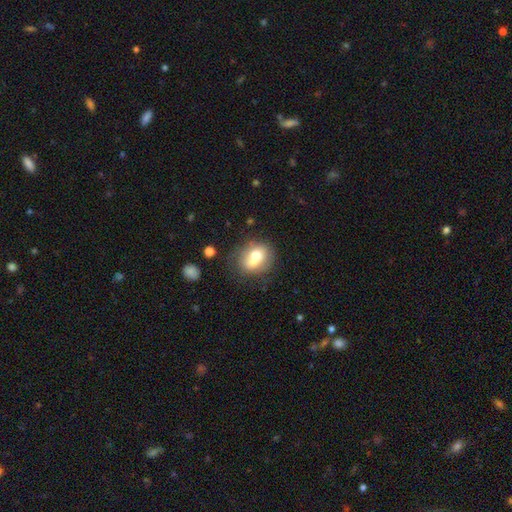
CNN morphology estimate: smooth_or_featured: smooth (p=0.63) [alt: featured or disk p=0.28]
how_rounded: round (p=0.58) [alt: in between p=0.41]
merging: merger (p=0.44) [alt: none p=0.37]